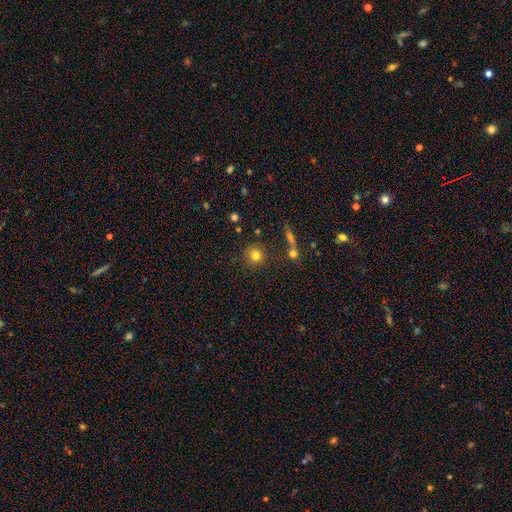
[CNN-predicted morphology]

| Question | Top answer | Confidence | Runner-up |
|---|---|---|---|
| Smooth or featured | smooth | 79% | star or artifact (13%) |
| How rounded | round | 90% | in between (9%) |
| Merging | none | 79% | minor disturbance (10%) |